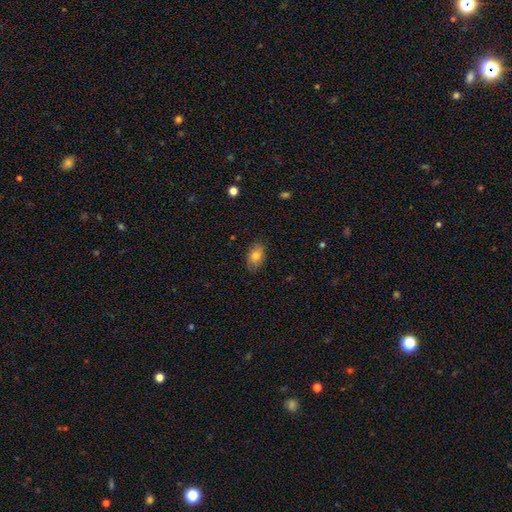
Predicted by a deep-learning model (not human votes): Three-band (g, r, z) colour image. It shows a smooth galaxy with no disk features (75%) that is in between round and cigar-shaped (85%). Merging: none (80%).